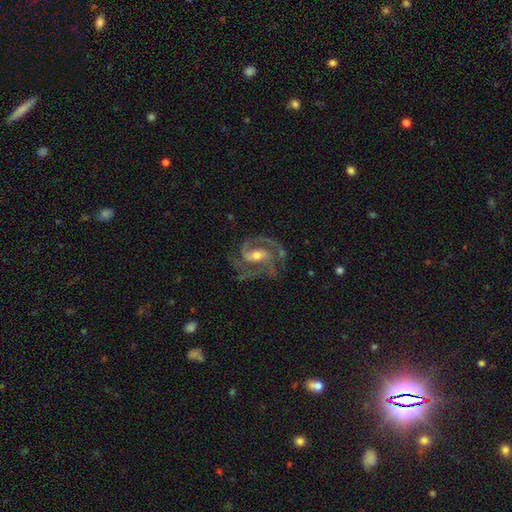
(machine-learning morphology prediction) The model was most divided on "spiral arm count": 2: 43%, 3: 39%, can't tell: 6%, 4: 5%, 1: 4%, more than 4: 3%. Remaining: spiral arms — yes (98%); edge-on disk — no (98%); smooth or featured — featured or disk (92%); merging — none (66%); bulge size — moderate (60%); spiral winding — medium (57%); bar — weak (46%).